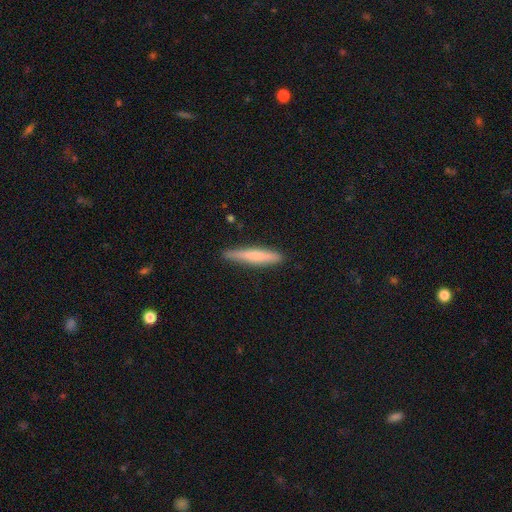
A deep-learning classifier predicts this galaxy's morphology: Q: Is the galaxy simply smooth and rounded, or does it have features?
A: smooth — 65%.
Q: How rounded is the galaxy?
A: cigar-shaped — 93%.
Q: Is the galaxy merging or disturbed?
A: none — 86%.